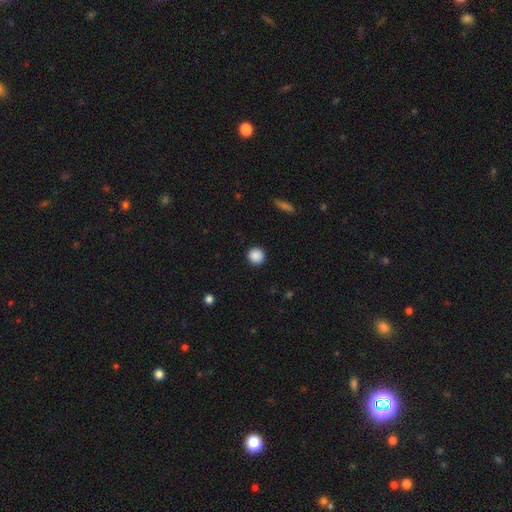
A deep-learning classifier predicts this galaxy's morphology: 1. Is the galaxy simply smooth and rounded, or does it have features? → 88% smooth, 9% star or artifact, 3% featured or disk.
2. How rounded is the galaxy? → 94% round, 5% in between, 1% cigar-shaped.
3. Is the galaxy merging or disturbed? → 92% none, 5% minor disturbance, 2% major disturbance, 1% merger.